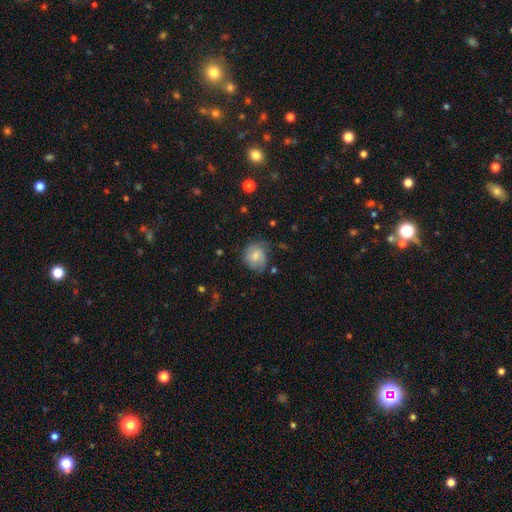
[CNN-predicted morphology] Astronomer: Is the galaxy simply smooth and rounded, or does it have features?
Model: smooth — 58% (runner-up: featured or disk, 34%).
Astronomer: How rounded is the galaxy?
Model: round — 71%.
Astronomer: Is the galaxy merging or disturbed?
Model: none — 59%.